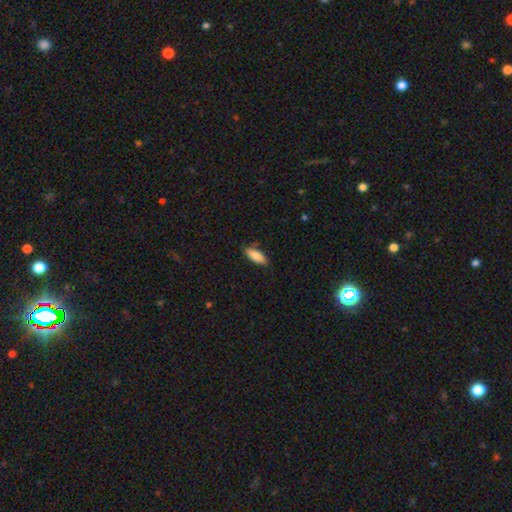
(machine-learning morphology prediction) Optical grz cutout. It shows a smooth galaxy with no disk features (82%) that is in between round and cigar-shaped (77%). Merging: none (75%).